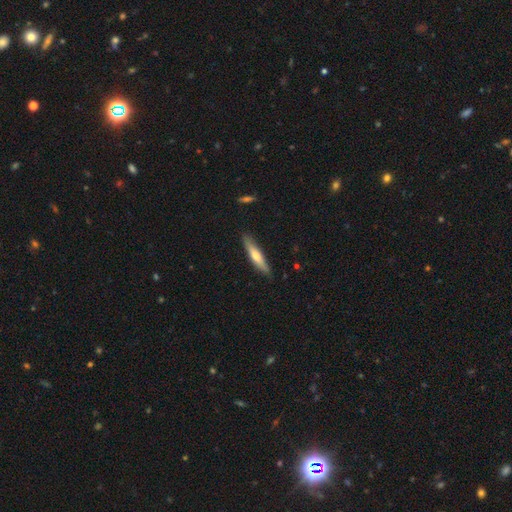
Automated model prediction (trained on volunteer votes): smooth-or-featured: smooth: 56% | featured or disk: 38% | star or artifact: 5%
  how-rounded: cigar-shaped: 88% | in between: 11% | round: 1%
  merging: none: 86% | minor disturbance: 11% | major disturbance: 2% | merger: 1%